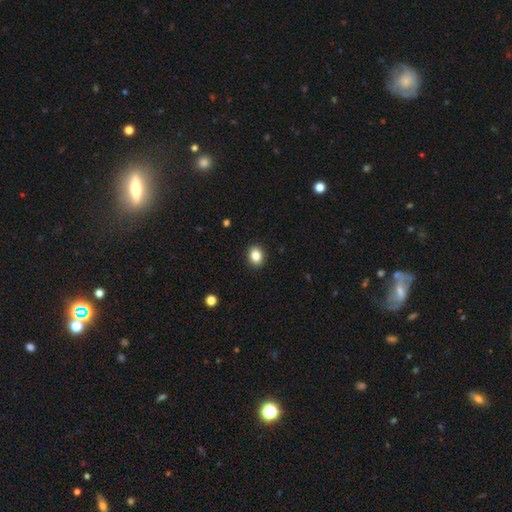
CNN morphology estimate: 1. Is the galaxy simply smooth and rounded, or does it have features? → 85% smooth, 9% star or artifact, 6% featured or disk.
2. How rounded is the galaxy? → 54% in between, 45% round, 1% cigar-shaped.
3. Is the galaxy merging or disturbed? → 92% none, 6% minor disturbance, 2% major disturbance, 1% merger.